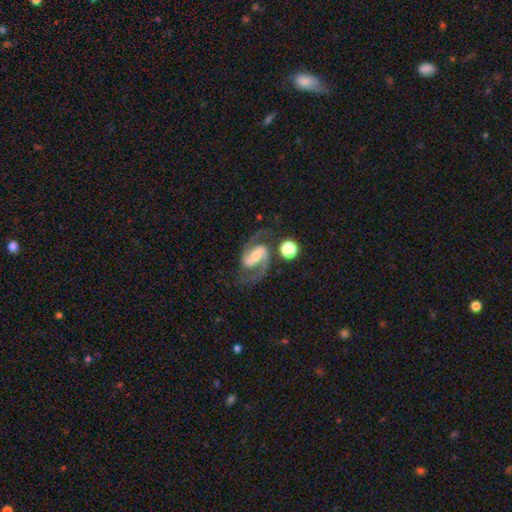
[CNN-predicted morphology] Smooth or featured? featured or disk (91%)
Edge-on disk? no (98%)
Bar? strong (43%)
Spiral arms? yes (98%)
Spiral winding? medium (63%)
Spiral arm count? 2 (94%)
Bulge size? moderate (46%)
Merging? none (74%)